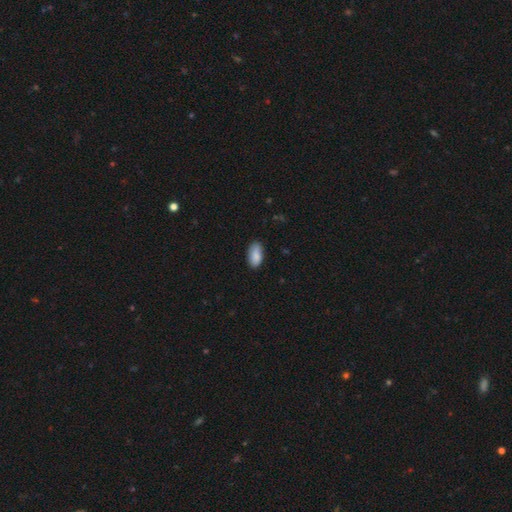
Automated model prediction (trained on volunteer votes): This is clearly a smooth galaxy (86%). How rounded: clearly in between (92%). Merging: likely none (78%).